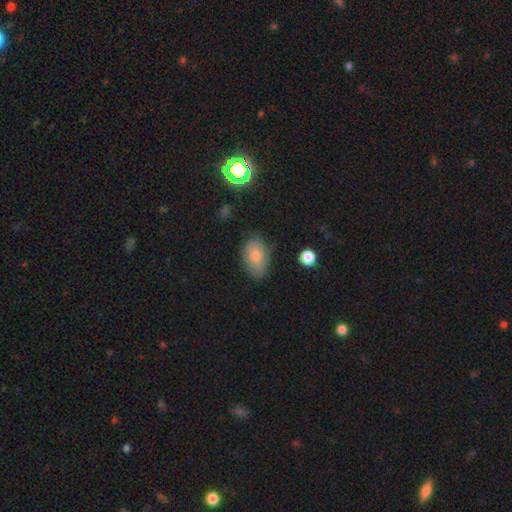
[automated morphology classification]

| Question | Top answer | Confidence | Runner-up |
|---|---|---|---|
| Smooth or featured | smooth | 70% | featured or disk (17%) |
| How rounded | in between | 88% | round (11%) |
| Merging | none | 75% | minor disturbance (19%) |